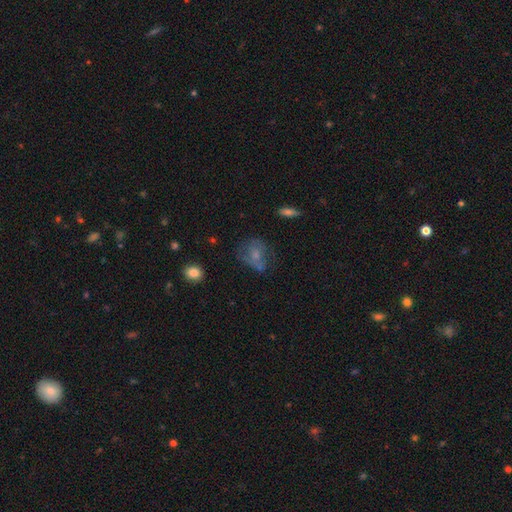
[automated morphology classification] Smooth or featured: smooth — 55% (featured or disk — 33%)
How rounded: round — 53% (in between — 45%)
Merging: none — 46% (minor disturbance — 27%)